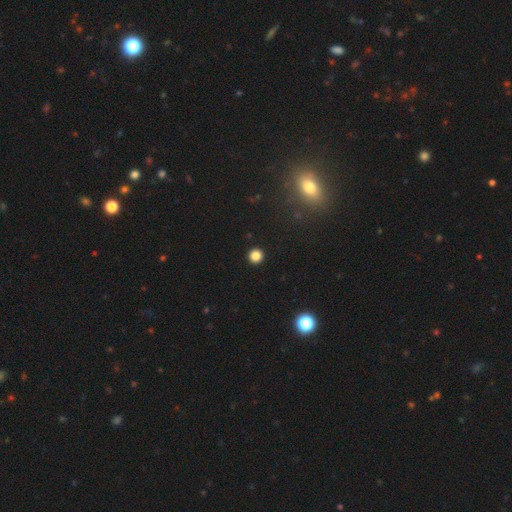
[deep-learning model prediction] Smooth or featured? Predicted: smooth (p=0.84). How rounded? Predicted: round (p=0.96). Merging? Predicted: none (p=0.94).